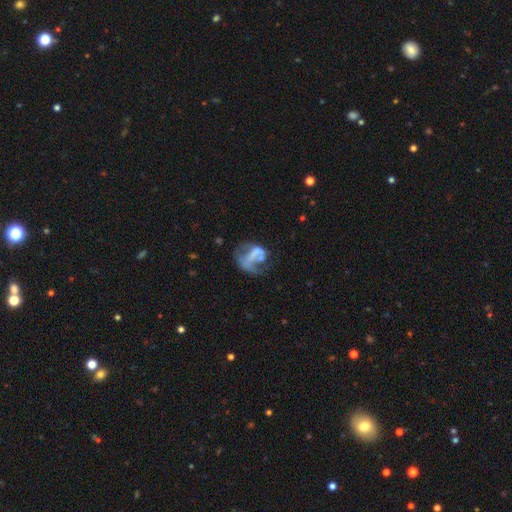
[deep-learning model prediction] Smooth or featured? featured or disk (56%)
Edge-on disk? no (98%)
Bar? no (70%)
Spiral arms? no (67%)
Bulge size? none (66%)
Merging? major disturbance (48%)